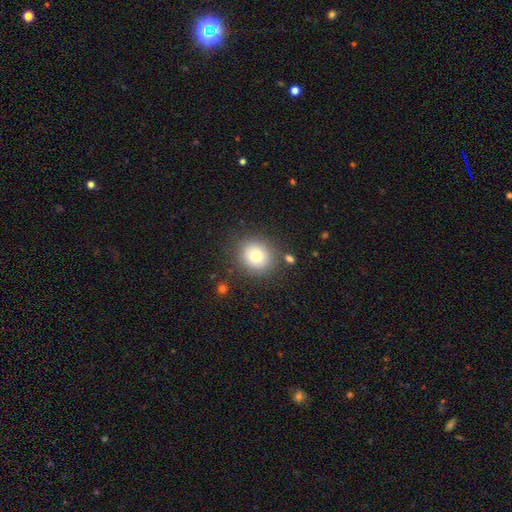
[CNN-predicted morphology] type=smooth (80%); roundness=round (83%); merging=none (84%).